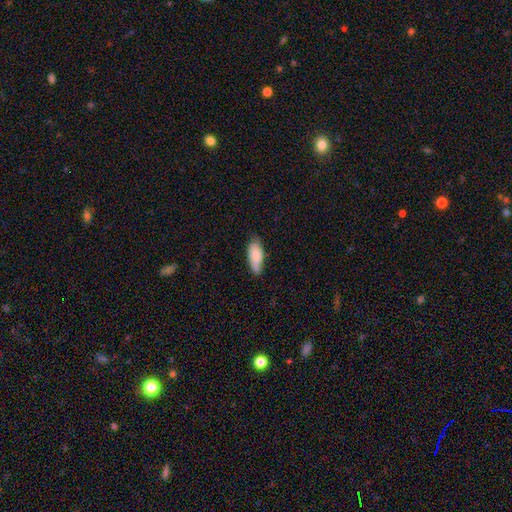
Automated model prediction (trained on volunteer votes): Smooth or featured? Predicted: smooth (p=0.81). How rounded? Predicted: in between (p=0.83). Merging? Predicted: none (p=0.64).